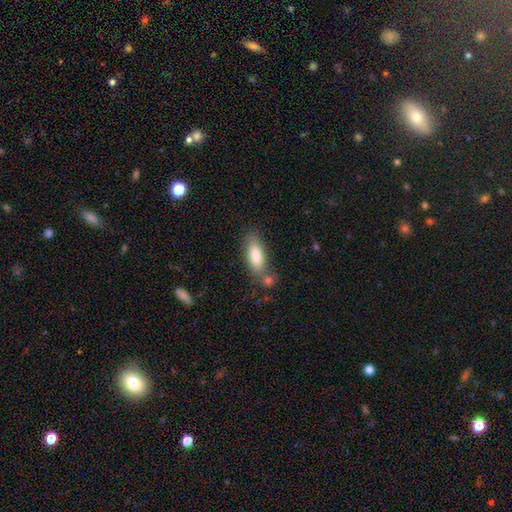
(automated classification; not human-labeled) Morphology: type=smooth (80%); roundness=in between (76%); merging=none (67%).